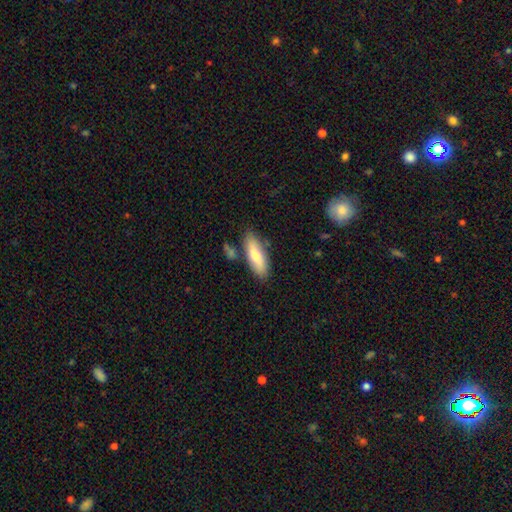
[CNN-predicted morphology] A smooth galaxy with no disk features (67%) that is in between round and cigar-shaped (60%).

Vote fractions:
- Smooth or featured? smooth: 67% / featured or disk: 27% / star or artifact: 6%
- How rounded? in between: 60% / cigar-shaped: 38% / round: 2%
- Merging? none: 78% / minor disturbance: 14% / merger: 6% / major disturbance: 3%